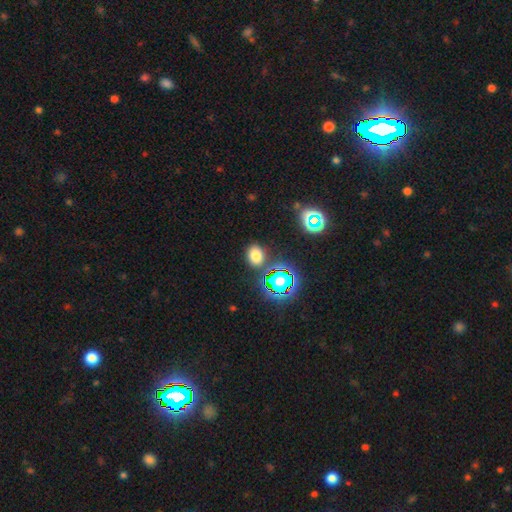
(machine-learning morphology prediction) Smooth or featured? Predicted: smooth (p=0.69). How rounded? Predicted: in between (p=0.55). Merging? Predicted: none (p=0.82).